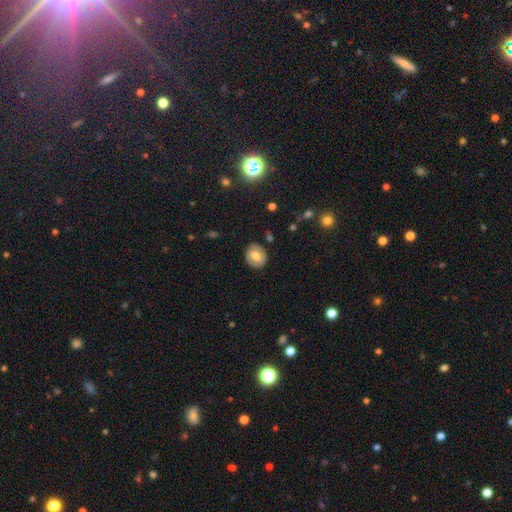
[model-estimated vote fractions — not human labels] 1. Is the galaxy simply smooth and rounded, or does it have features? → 58% smooth, 34% featured or disk, 8% star or artifact.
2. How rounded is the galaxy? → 72% round, 27% in between, 1% cigar-shaped.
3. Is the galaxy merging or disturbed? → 84% none, 12% minor disturbance, 3% major disturbance, 1% merger.